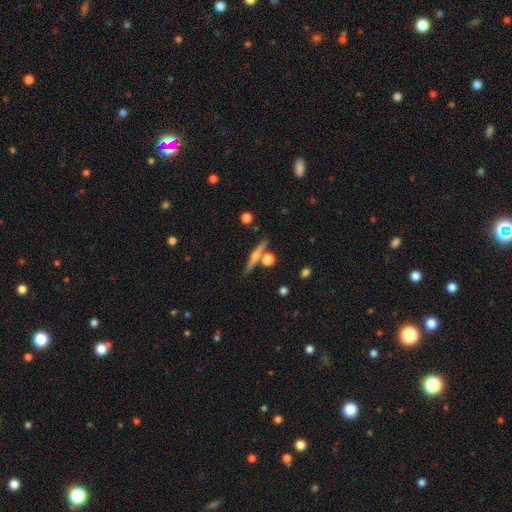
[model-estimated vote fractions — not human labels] A featured or disk galaxy (57%) viewed edge-on (96%) with a rounded central bulge (76%). Merging: none (77%).